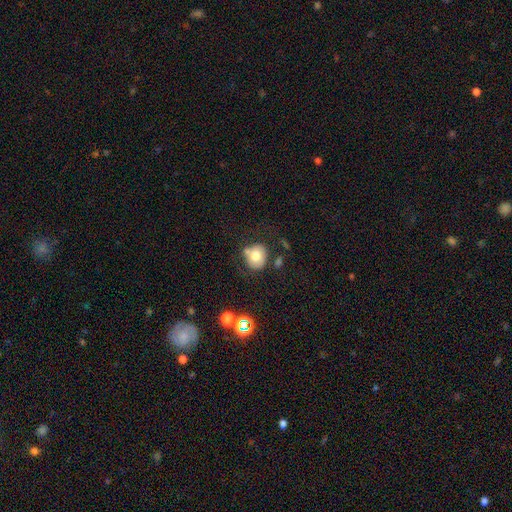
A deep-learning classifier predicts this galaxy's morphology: A smooth galaxy with no disk features (70%) that is round (71%).

Vote fractions:
- Smooth or featured? smooth: 70% / featured or disk: 19% / star or artifact: 11%
- How rounded? round: 71% / in between: 28% / cigar-shaped: 1%
- Merging? none: 57% / minor disturbance: 20% / merger: 15% / major disturbance: 8%